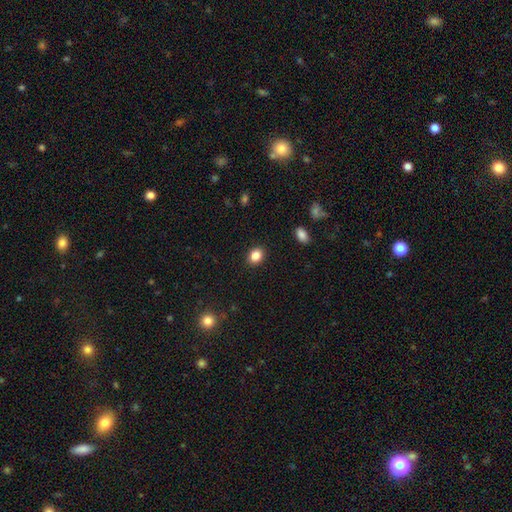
smooth_or_featured: smooth (p=0.92) [alt: star or artifact p=0.05]
how_rounded: in between (p=0.56) [alt: round p=0.42]
merging: none (p=0.92) [alt: major disturbance p=0.05]